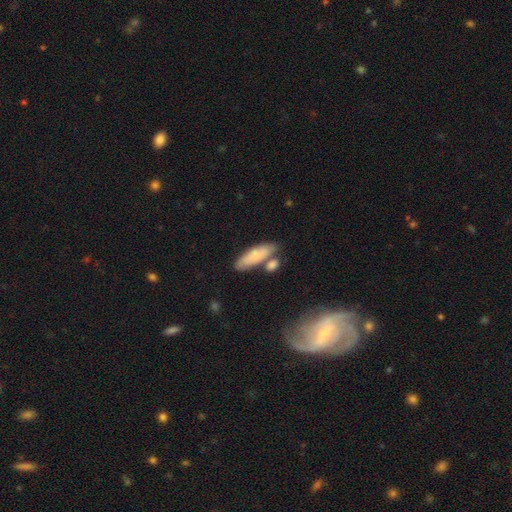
This is likely a smooth galaxy (70%). How rounded: likely in between (75%). Merging: possibly none (53%).